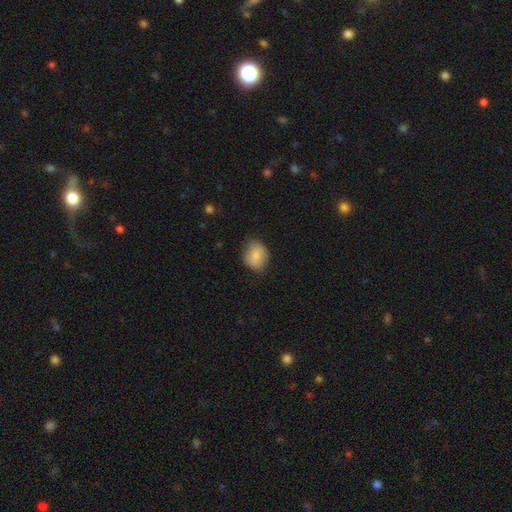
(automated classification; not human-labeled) Smooth or featured? smooth (80%)
How rounded? round (56%)
Merging? none (74%)